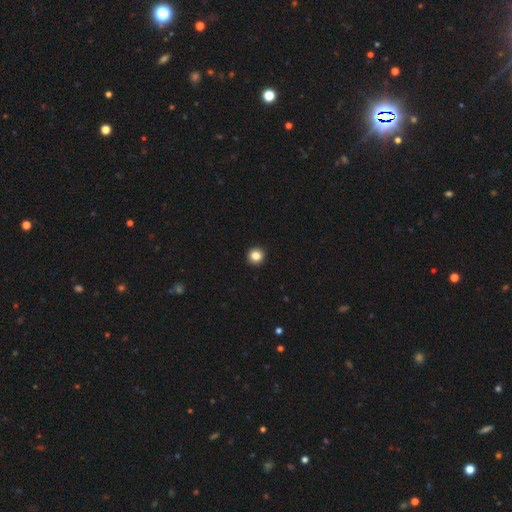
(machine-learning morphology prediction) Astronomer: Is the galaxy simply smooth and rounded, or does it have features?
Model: smooth — 85%.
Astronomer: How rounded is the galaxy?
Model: round — 95%.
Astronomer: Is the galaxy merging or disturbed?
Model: none — 94%.